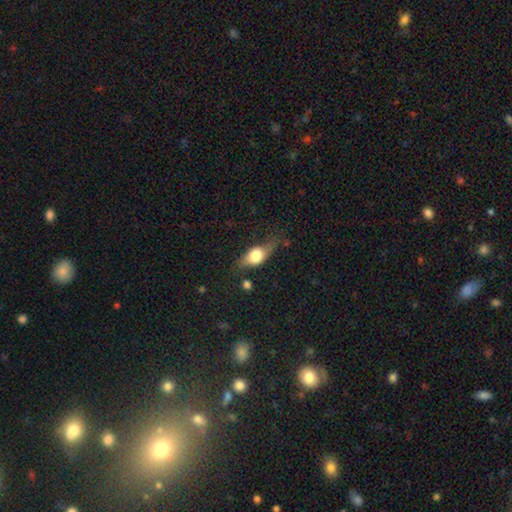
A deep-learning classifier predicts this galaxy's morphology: Smooth or featured? smooth (61%)
How rounded? in between (75%)
Merging? none (55%)